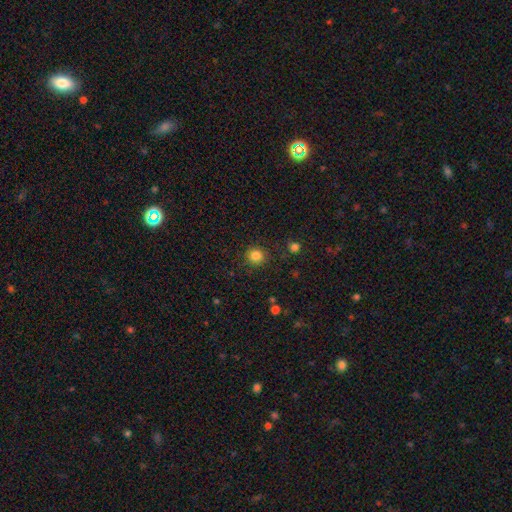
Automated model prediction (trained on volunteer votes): Smooth or featured?
  - smooth: 84% *
  - star or artifact: 12%
  - featured or disk: 4%
How rounded?
  - round: 92% *
  - in between: 7%
  - cigar-shaped: 1%
Merging?
  - none: 88% *
  - minor disturbance: 7%
  - major disturbance: 3%
  - merger: 2%